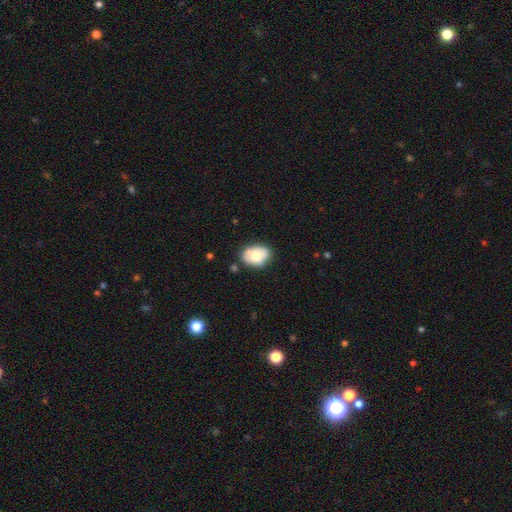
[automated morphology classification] smooth-or-featured: smooth: 70% | featured or disk: 22% | star or artifact: 8%
  how-rounded: in between: 77% | round: 22% | cigar-shaped: 1%
  merging: none: 75% | minor disturbance: 18% | major disturbance: 4% | merger: 3%